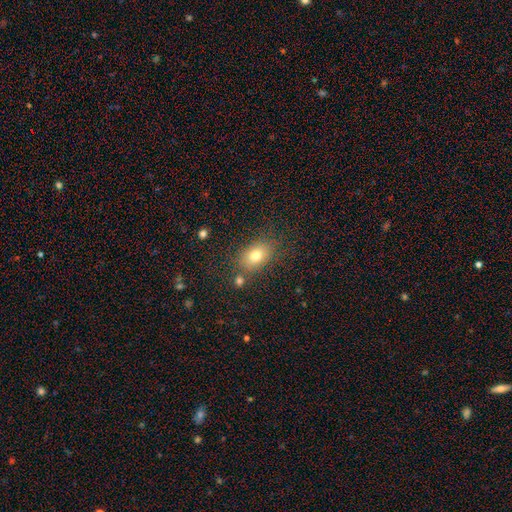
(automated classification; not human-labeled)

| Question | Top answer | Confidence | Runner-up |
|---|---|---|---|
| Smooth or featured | smooth | 77% | featured or disk (12%) |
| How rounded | in between | 77% | round (21%) |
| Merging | none | 76% | minor disturbance (13%) |